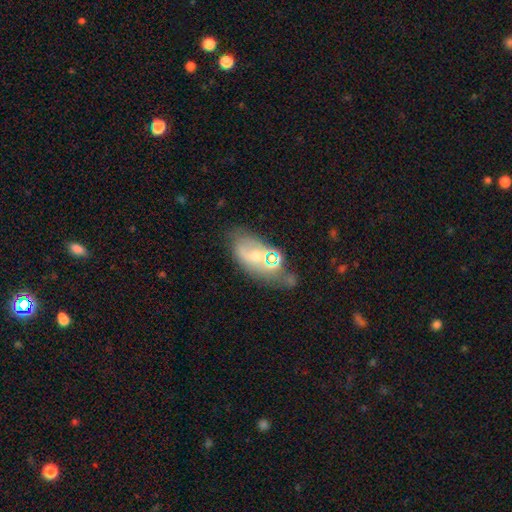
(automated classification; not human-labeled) Smooth or featured? Predicted: featured or disk (p=0.48). Merging? Predicted: none (p=0.49).